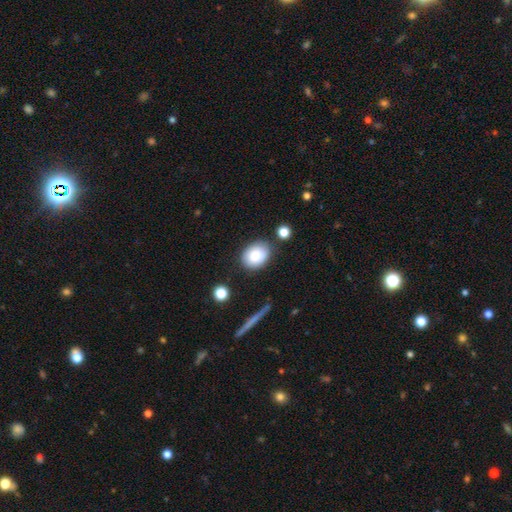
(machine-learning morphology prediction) Q: Smooth or featured?
A: smooth (84%); runner-up: featured or disk (8%)
Q: How rounded?
A: in between (58%); runner-up: round (41%)
Q: Merging?
A: none (77%); runner-up: minor disturbance (15%)